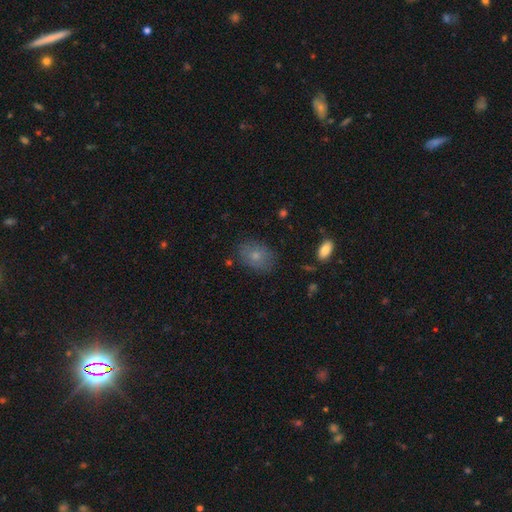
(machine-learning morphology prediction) The model was most divided on "how rounded": in between: 72%, round: 26%, cigar-shaped: 1%. More confident: merging — none (79%); smooth or featured — smooth (75%).